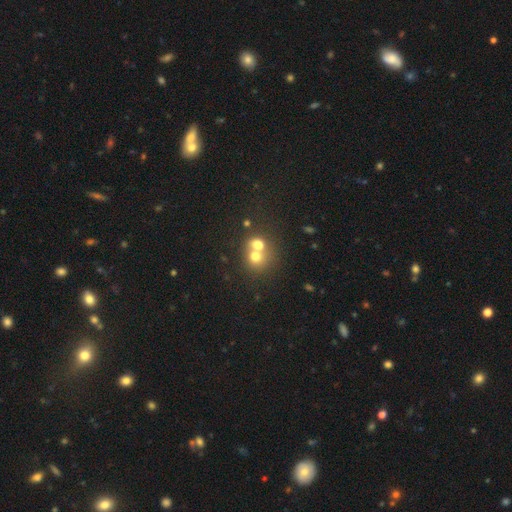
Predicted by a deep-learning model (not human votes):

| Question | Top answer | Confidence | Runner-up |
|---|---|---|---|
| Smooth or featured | smooth | 68% | featured or disk (20%) |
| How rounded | round | 72% | in between (27%) |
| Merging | merger | 68% | none (24%) |